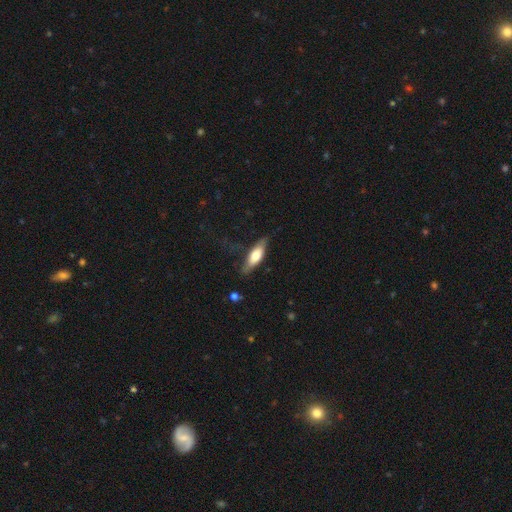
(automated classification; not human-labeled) Smooth or featured?
  - smooth: 56% *
  - featured or disk: 38%
  - star or artifact: 6%
How rounded?
  - in between: 55% *
  - cigar-shaped: 43%
  - round: 2%
Merging?
  - none: 63% *
  - minor disturbance: 26%
  - major disturbance: 9%
  - merger: 2%